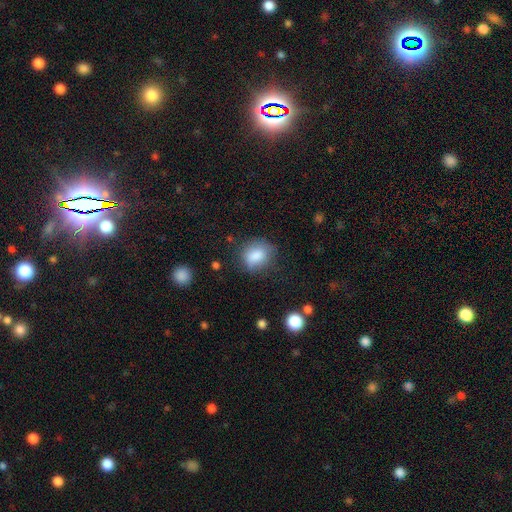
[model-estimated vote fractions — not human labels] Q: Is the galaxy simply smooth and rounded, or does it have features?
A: smooth — 84%.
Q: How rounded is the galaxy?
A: round — 57%.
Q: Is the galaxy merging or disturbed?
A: none — 69%.